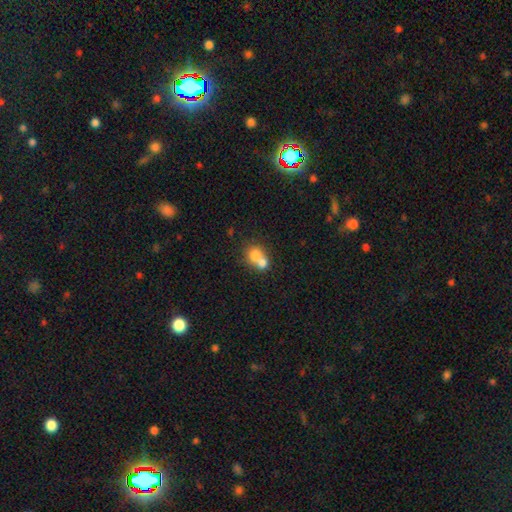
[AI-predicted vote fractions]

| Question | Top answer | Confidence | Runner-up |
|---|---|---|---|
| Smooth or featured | smooth | 73% | featured or disk (17%) |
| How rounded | round | 71% | in between (28%) |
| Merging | merger | 64% | none (27%) |